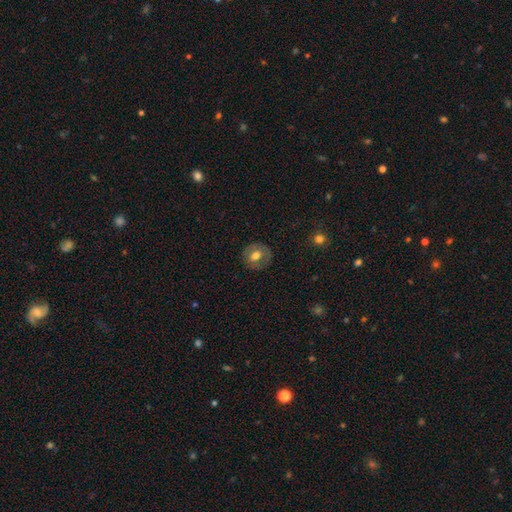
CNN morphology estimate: type=smooth (59%); roundness=round (81%); merging=none (84%).